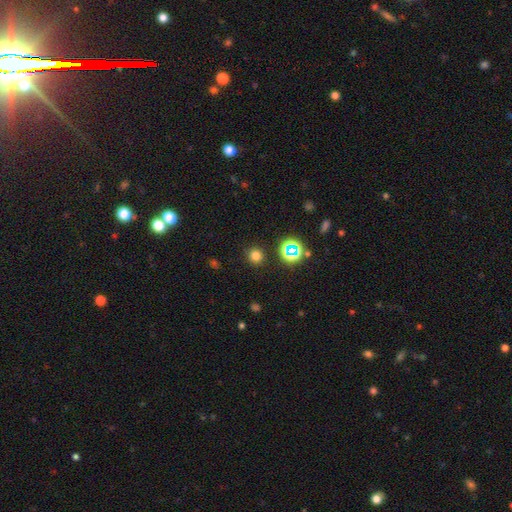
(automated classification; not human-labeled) Smooth or featured: smooth — 74% (star or artifact — 21%)
How rounded: round — 93% (in between — 6%)
Merging: none — 89% (minor disturbance — 6%)